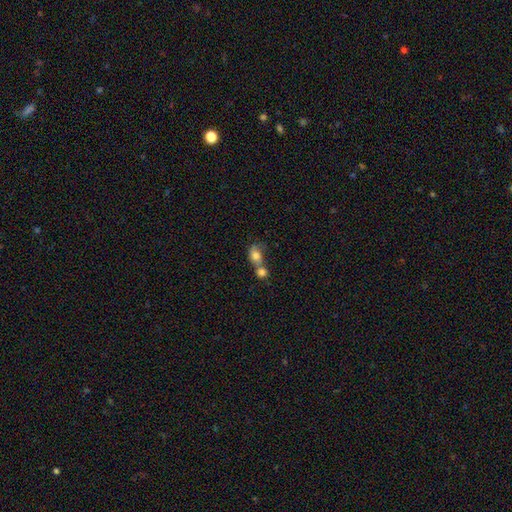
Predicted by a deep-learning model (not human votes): This is likely a smooth galaxy (78%). How rounded: possibly in between (58%). Merging: likely merger (68%).